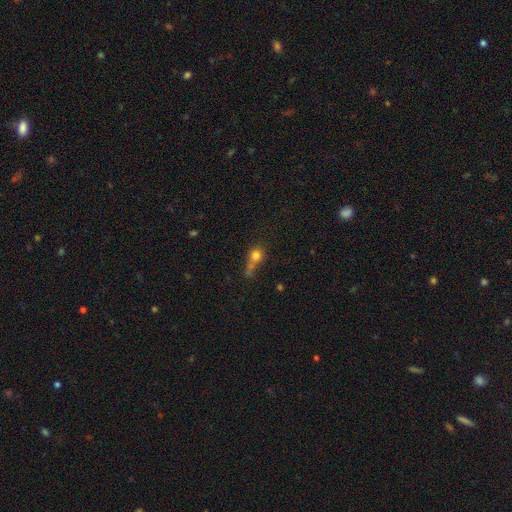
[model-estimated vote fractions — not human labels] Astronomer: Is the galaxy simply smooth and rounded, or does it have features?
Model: smooth — 74%.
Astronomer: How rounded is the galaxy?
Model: round — 76%.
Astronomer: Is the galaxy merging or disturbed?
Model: none — 34% (runner-up: merger, 33%).